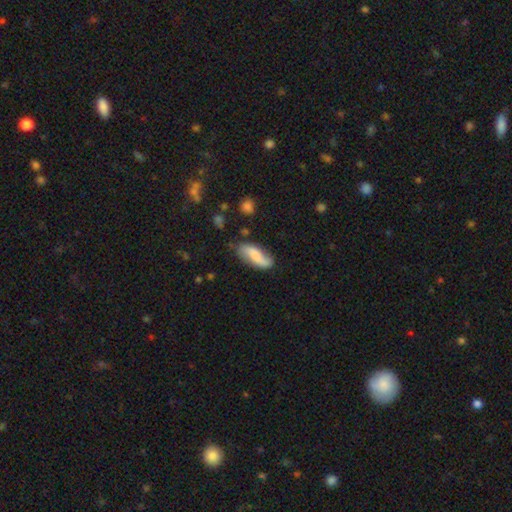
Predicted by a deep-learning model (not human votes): Morphology: type=smooth (55%); roundness=in between (68%); merging=none (69%).